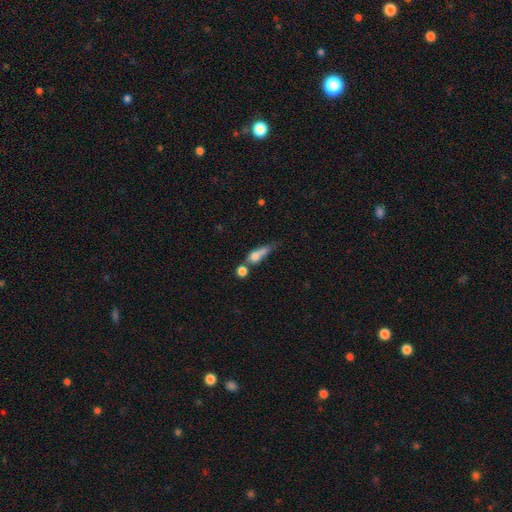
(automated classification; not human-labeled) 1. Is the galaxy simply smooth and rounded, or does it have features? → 64% smooth, 25% featured or disk, 11% star or artifact.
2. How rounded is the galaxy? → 39% in between, 37% cigar-shaped, 23% round.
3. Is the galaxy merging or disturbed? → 37% merger, 28% none, 18% major disturbance, 17% minor disturbance.